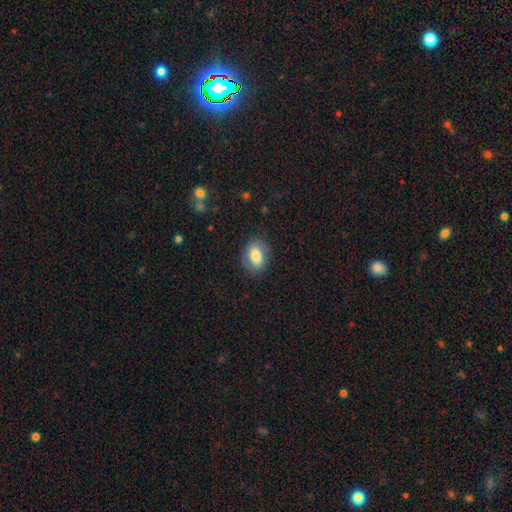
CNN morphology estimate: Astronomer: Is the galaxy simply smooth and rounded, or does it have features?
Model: smooth — 79%.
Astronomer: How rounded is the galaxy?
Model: in between — 80%.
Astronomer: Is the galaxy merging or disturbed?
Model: none — 82%.